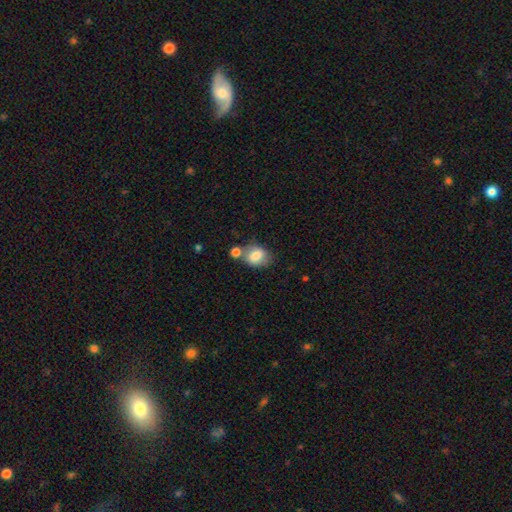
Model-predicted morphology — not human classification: smooth_or_featured: smooth (p=0.75) [alt: featured or disk p=0.17]
how_rounded: in between (p=0.63) [alt: round p=0.36]
merging: none (p=0.50) [alt: merger p=0.27]